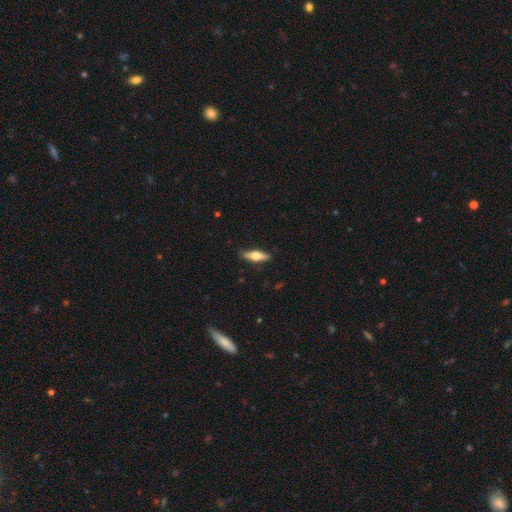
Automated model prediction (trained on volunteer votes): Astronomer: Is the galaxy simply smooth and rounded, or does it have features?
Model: featured or disk — 48% (runner-up: smooth, 46%).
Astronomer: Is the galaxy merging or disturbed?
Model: none — 87%.